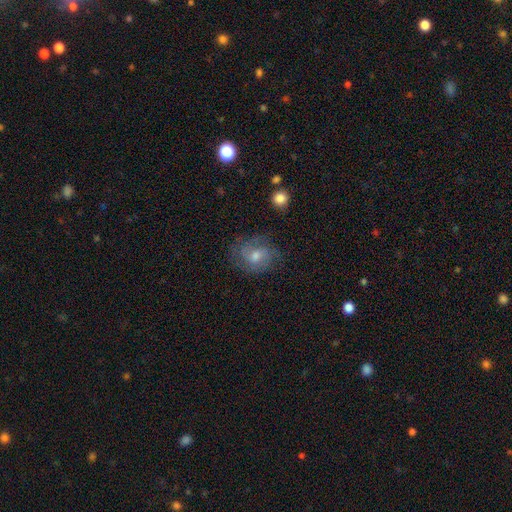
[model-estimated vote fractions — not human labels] A featured or disk galaxy (60%) with no bar (60%), tight (44%) spiral arms (87%) and a moderate central bulge (60%).

Vote fractions:
- Smooth or featured? featured or disk: 60% / smooth: 29% / star or artifact: 11%
- Edge-on disk? no: 97% / yes: 3%
- Bar? no: 60% / weak: 35% / strong: 5%
- Spiral arms? yes: 87% / no: 13%
- Spiral winding? tight: 44% / medium: 41% / loose: 15%
- Spiral arm count? can't tell: 36% / 2: 28% / 3: 21% / 4: 6% / 1: 6% / more than 4: 4%
- Bulge size? moderate: 60% / small: 30% / large: 6% / none: 3% / dominant: 1%
- Merging? none: 70% / minor disturbance: 19% / major disturbance: 9% / merger: 1%